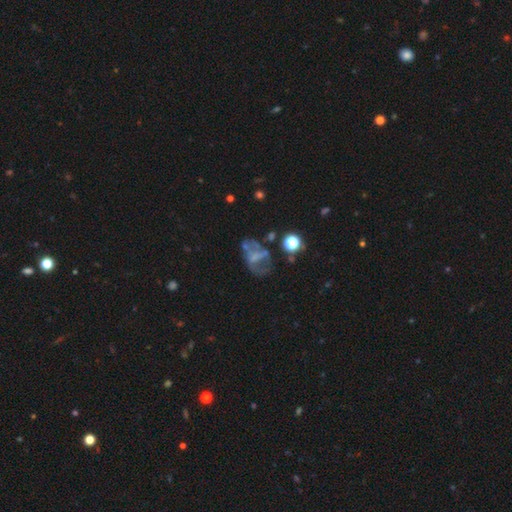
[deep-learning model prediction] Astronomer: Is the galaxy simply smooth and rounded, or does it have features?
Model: featured or disk — 53% (runner-up: smooth, 29%).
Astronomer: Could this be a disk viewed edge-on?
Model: no — 96%.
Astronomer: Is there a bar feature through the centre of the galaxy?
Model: no — 64%.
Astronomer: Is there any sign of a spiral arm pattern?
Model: no — 73%.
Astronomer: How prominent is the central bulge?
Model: none — 63%.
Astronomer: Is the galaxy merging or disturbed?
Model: none — 36% (runner-up: major disturbance, 35%).